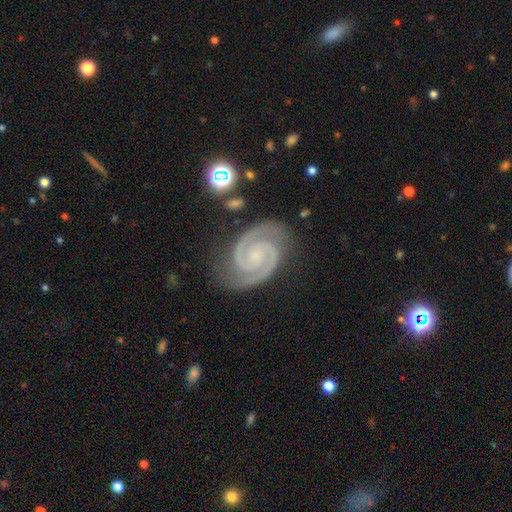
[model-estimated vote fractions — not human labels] smooth-or-featured: featured or disk: 94% | star or artifact: 4% | smooth: 2%
  disk-edge-on: no: 98% | yes: 2%
    bar: no: 57% | weak: 31% | strong: 13%
    has-spiral-arms: yes: 99% | no: 1%
      spiral-winding: tight: 65% | medium: 32% | loose: 3%
      spiral-arm-count: 2: 94% | 3: 2% | can't tell: 1% | 1: 1% | 4: 1% | more than 4: 1%
    bulge-size: small: 59% | none: 24% | moderate: 15% | large: 1% | dominant: 1%
  merging: none: 84% | minor disturbance: 12% | major disturbance: 3% | merger: 2%